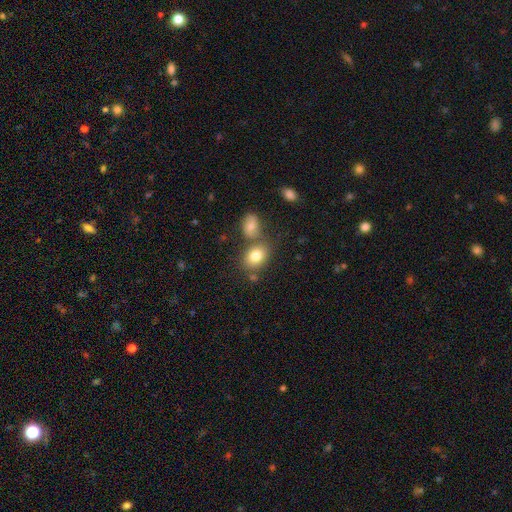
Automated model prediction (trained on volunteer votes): smooth_or_featured: smooth (p=0.81) [alt: featured or disk p=0.10]
how_rounded: in between (p=0.70) [alt: round p=0.29]
merging: none (p=0.59) [alt: merger p=0.25]